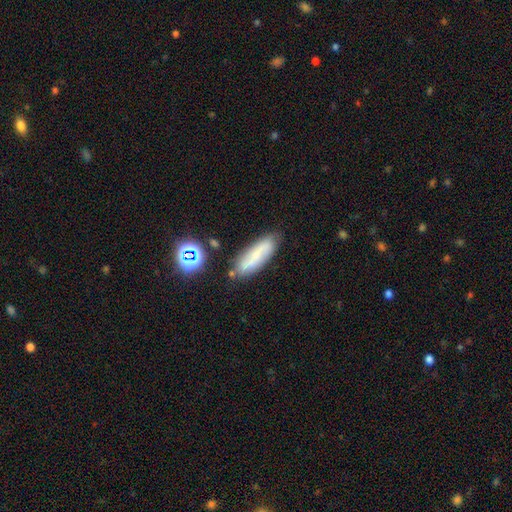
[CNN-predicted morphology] Smooth or featured?
  - smooth: 48% *
  - featured or disk: 42%
  - star or artifact: 11%
Merging?
  - none: 76% *
  - minor disturbance: 16%
  - merger: 5%
  - major disturbance: 4%